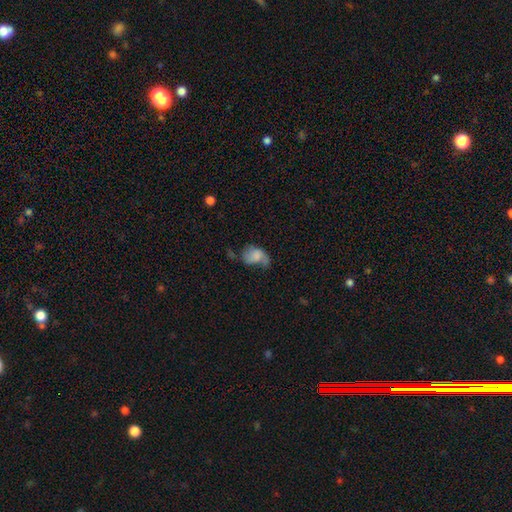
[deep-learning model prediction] This is possibly a smooth galaxy (55%). How rounded: likely in between (79%). Merging: marginally major disturbance (32%).